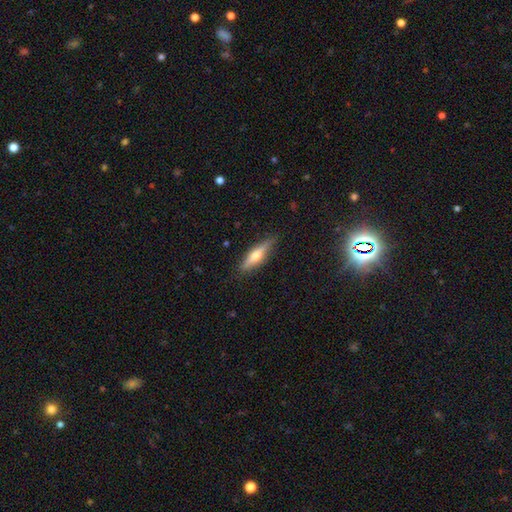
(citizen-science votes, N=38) smooth-or-featured: featured or disk: 58% | smooth: 39% | star or artifact: 3%
  disk-edge-on: yes: 91% | no: 9%
    edge-on-bulge: rounded: 100% | boxy: 0% | none: 0%
  merging: none: 86% | minor disturbance: 8% | major disturbance: 3% | merger: 3%